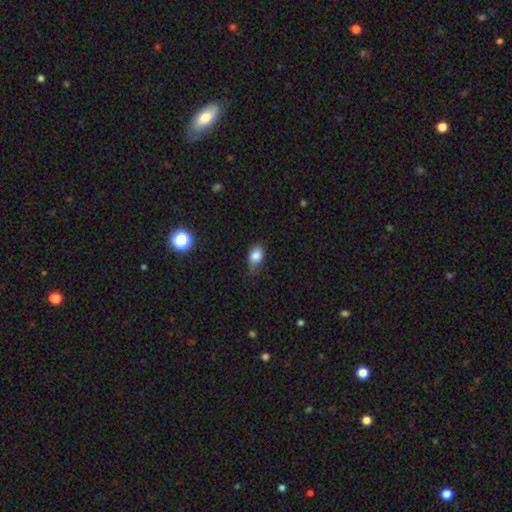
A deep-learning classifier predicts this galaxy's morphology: This is clearly a smooth galaxy (82%). How rounded: likely in between (71%). Merging: possibly none (49%).